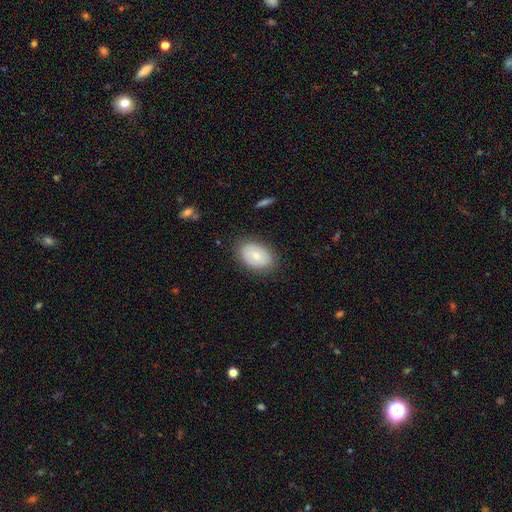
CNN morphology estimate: Q: Smooth or featured?
A: smooth (71%); runner-up: featured or disk (22%)
Q: How rounded?
A: in between (86%); runner-up: round (13%)
Q: Merging?
A: none (83%); runner-up: minor disturbance (13%)